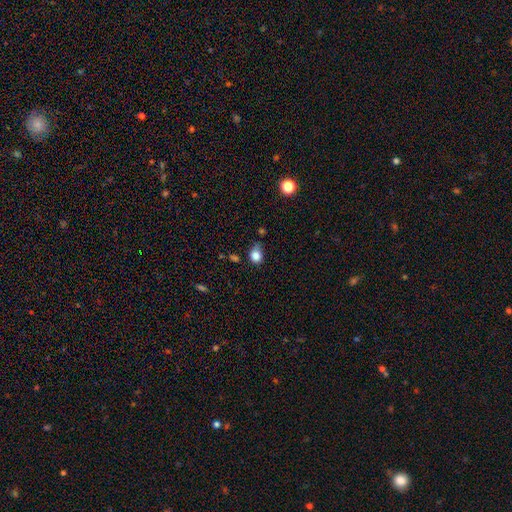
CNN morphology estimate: Smooth or featured? Predicted: smooth (p=0.83). How rounded? Predicted: round (p=0.56). Merging? Predicted: none (p=0.50).